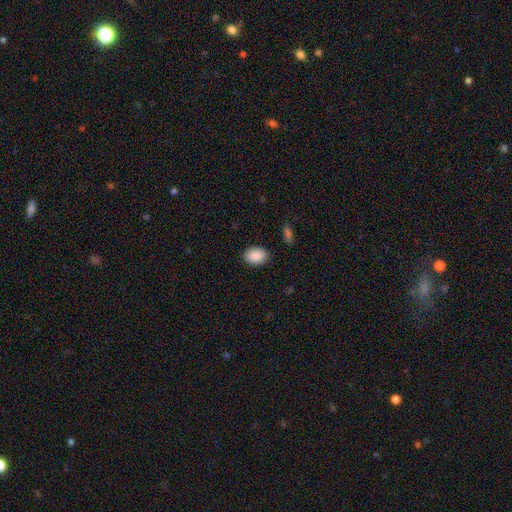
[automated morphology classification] type=smooth (90%); roundness=in between (77%); merging=none (87%).